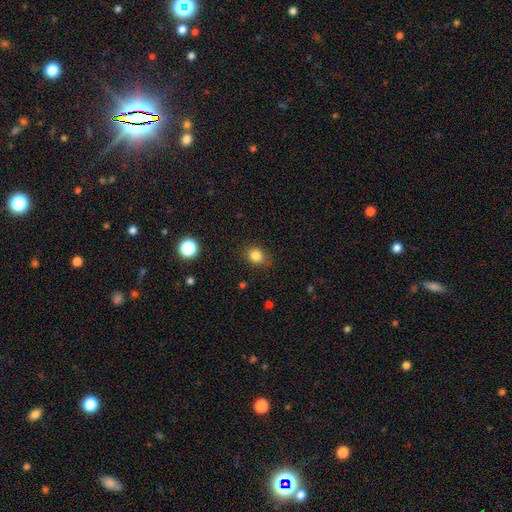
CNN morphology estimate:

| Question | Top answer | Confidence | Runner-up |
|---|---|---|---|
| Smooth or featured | smooth | 83% | star or artifact (12%) |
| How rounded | round | 62% | in between (37%) |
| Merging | none | 82% | minor disturbance (13%) |